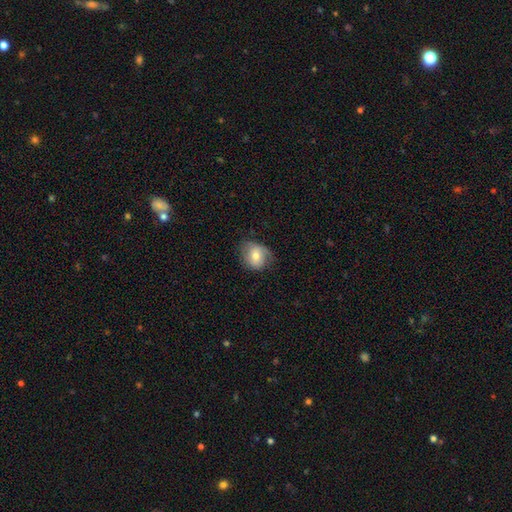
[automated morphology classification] This appears to be a smooth galaxy with no disk features (63%) that is round (59%). Merging: none (62%).